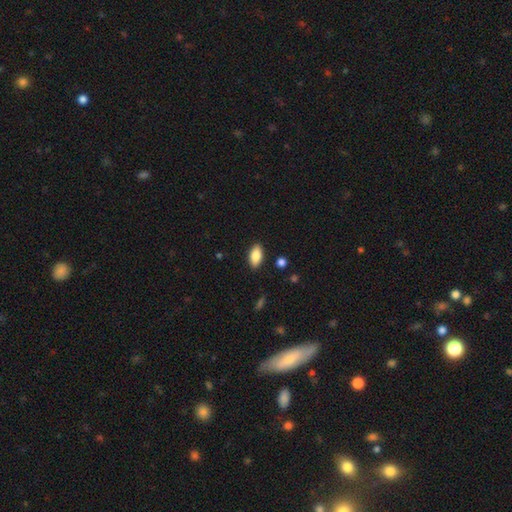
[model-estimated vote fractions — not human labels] A smooth galaxy with no disk features (86%) that is in between round and cigar-shaped (91%).

Vote fractions:
- Smooth or featured? smooth: 86% / featured or disk: 7% / star or artifact: 7%
- How rounded? in between: 91% / cigar-shaped: 6% / round: 3%
- Merging? none: 88% / minor disturbance: 9% / major disturbance: 2% / merger: 1%